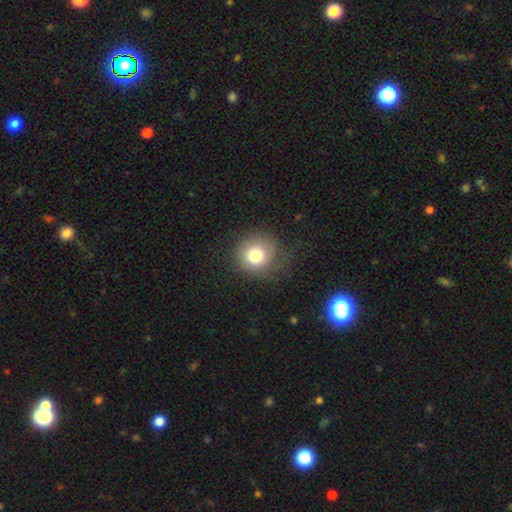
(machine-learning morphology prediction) type=smooth (79%); roundness=round (88%); merging=none (73%).